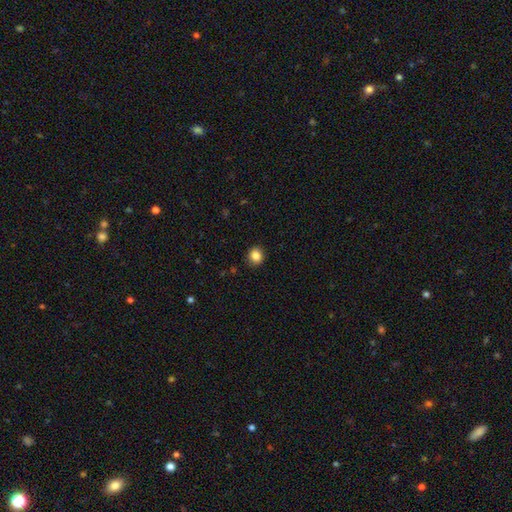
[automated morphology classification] smooth-or-featured: smooth: 85% | star or artifact: 10% | featured or disk: 4%
  how-rounded: round: 80% | in between: 19% | cigar-shaped: 1%
  merging: none: 89% | minor disturbance: 8% | major disturbance: 2% | merger: 1%